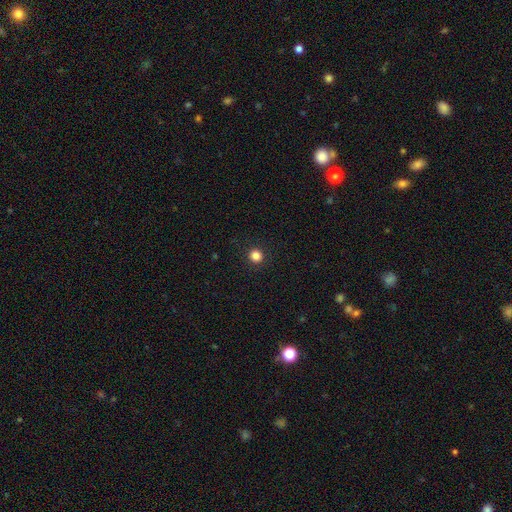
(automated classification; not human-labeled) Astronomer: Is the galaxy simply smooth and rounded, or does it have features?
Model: smooth — 84%.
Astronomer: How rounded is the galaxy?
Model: round — 94%.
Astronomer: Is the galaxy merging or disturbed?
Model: none — 92%.